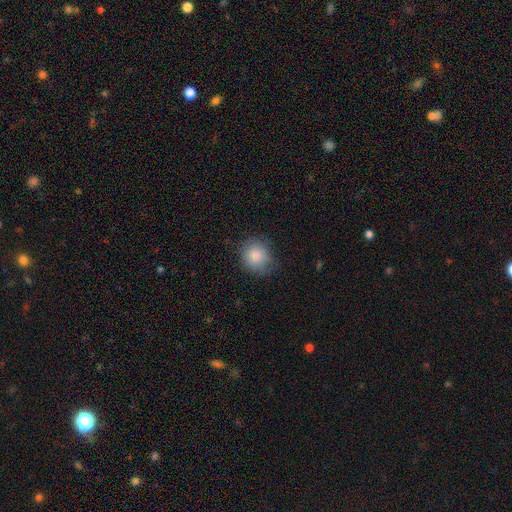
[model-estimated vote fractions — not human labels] Smooth or featured? Predicted: smooth (p=0.84). How rounded? Predicted: round (p=0.82). Merging? Predicted: none (p=0.70).